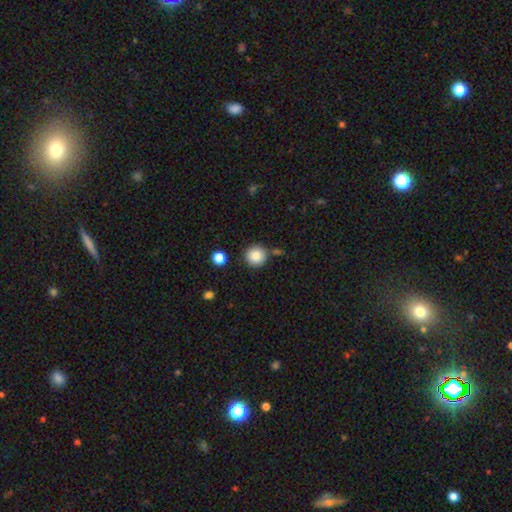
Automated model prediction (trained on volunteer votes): smooth 85%, star or artifact 9%, featured or disk 6%. Down the decision tree: how rounded — round (95%); merging — none (84%).